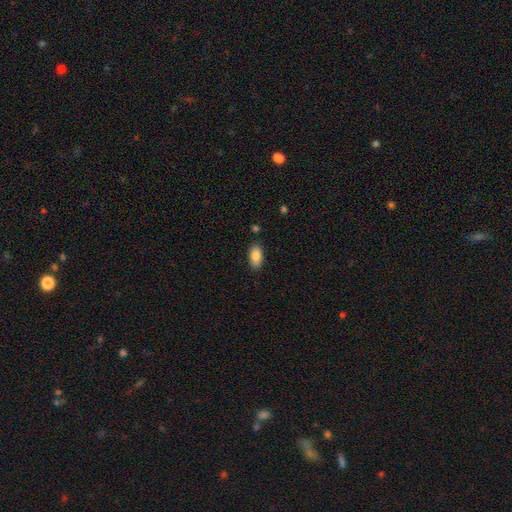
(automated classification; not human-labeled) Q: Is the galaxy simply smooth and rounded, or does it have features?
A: smooth — 84%.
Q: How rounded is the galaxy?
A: in between — 93%.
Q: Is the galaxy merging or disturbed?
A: none — 85%.